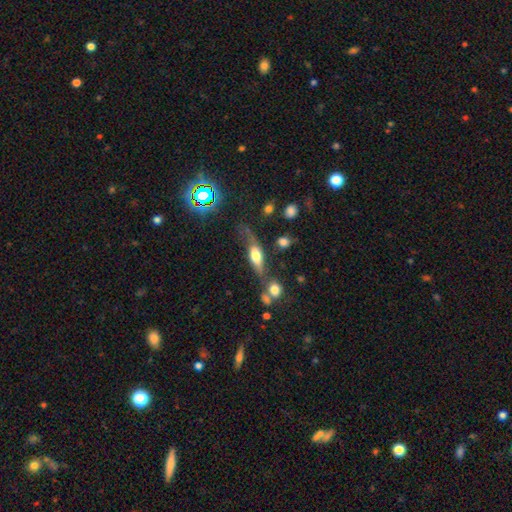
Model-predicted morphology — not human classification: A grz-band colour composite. It shows a featured or disk galaxy (47%). Merging: none (44%).